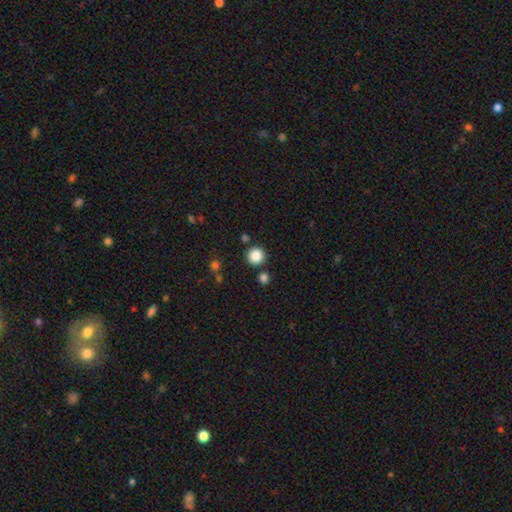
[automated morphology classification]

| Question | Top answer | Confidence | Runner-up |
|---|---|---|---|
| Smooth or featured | smooth | 86% | star or artifact (10%) |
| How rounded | round | 94% | in between (5%) |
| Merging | none | 85% | minor disturbance (7%) |